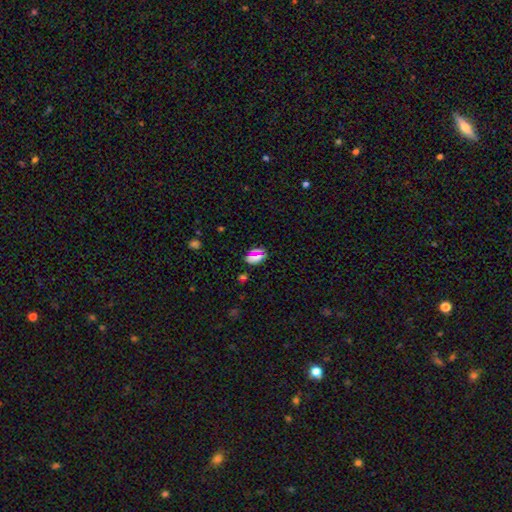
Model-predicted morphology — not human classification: This is likely a smooth galaxy (65%). How rounded: likely in between (75%). Merging: likely none (78%).